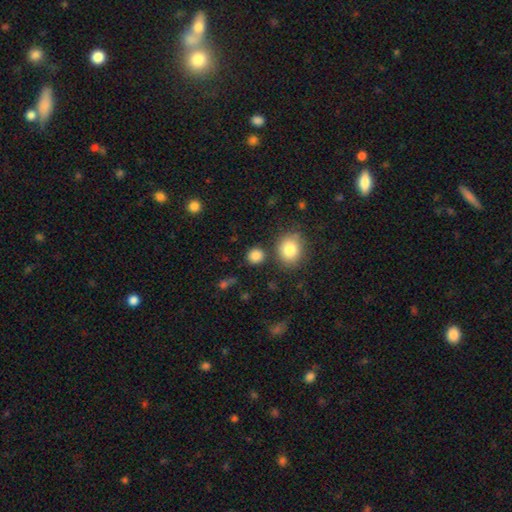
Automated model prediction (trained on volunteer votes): smooth 85%, star or artifact 11%, featured or disk 4%. Down the decision tree: how rounded — round (86%); merging — none (81%).